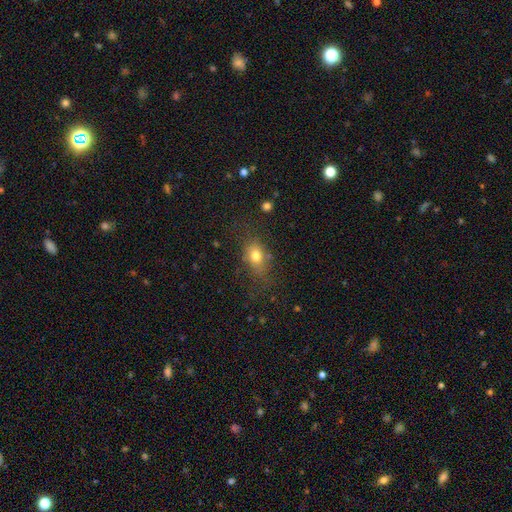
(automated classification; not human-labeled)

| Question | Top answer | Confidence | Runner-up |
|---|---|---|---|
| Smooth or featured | smooth | 74% | featured or disk (13%) |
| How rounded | in between | 67% | round (29%) |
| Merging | none | 65% | minor disturbance (21%) |